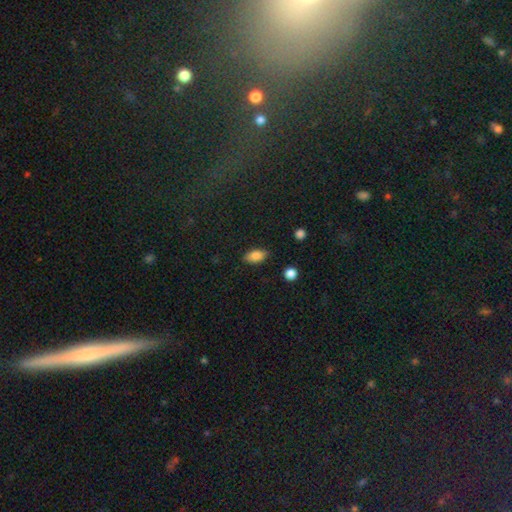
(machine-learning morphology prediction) Smooth or featured: smooth — 85% (star or artifact — 8%)
How rounded: in between — 90% (round — 5%)
Merging: none — 85% (minor disturbance — 11%)